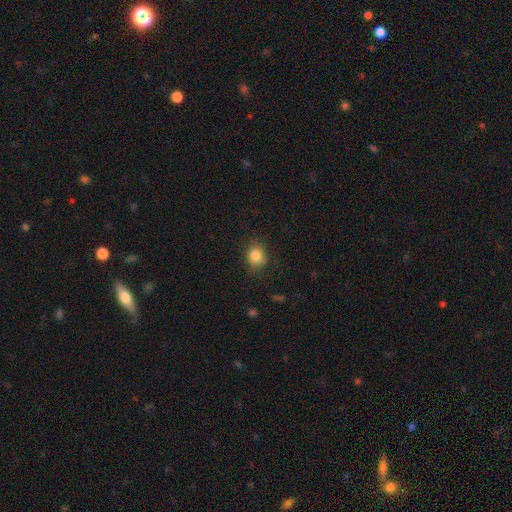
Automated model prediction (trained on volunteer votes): Overall: smooth (84%). How rounded: round (77%). Merging: none (79%).